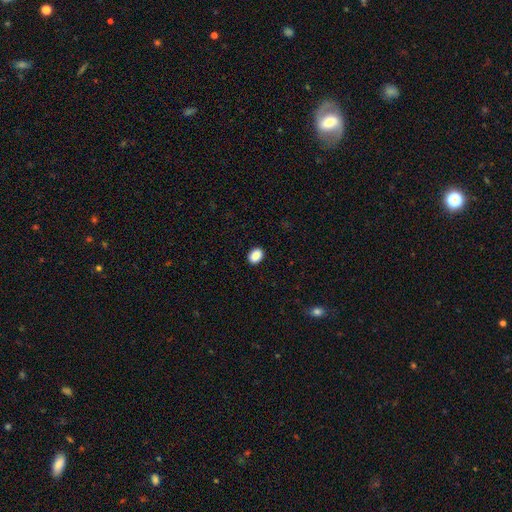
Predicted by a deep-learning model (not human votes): Smooth or featured? Predicted: smooth (p=0.90). How rounded? Predicted: in between (p=0.68). Merging? Predicted: none (p=0.90).